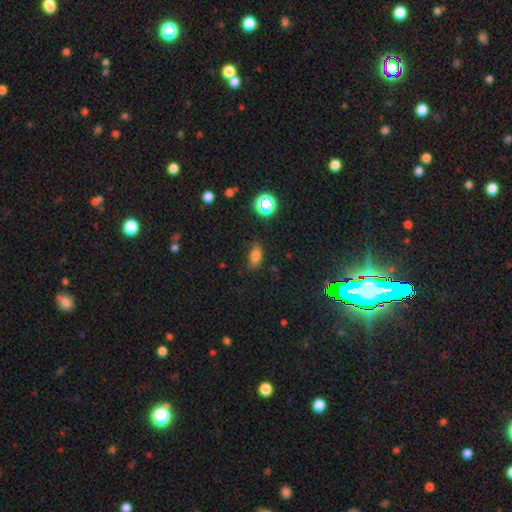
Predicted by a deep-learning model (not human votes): Smooth or featured? Predicted: smooth (p=0.77). How rounded? Predicted: in between (p=0.85). Merging? Predicted: none (p=0.83).